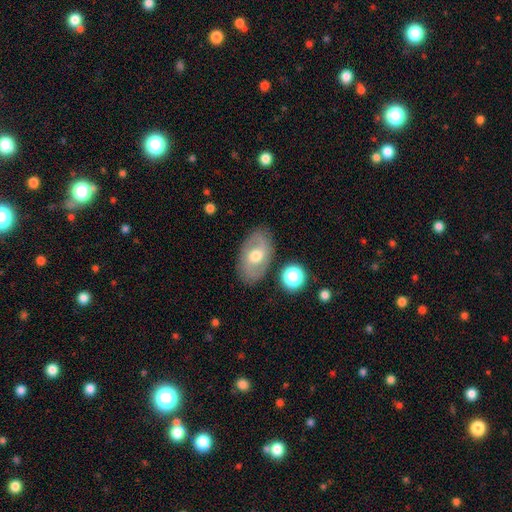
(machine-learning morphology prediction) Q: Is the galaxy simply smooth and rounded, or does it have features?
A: featured or disk — 55%.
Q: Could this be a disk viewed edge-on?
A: no — 92%.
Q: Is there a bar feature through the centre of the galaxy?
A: no — 52%.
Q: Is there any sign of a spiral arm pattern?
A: yes — 64%.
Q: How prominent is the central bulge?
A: moderate — 74%.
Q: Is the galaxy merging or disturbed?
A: none — 82%.